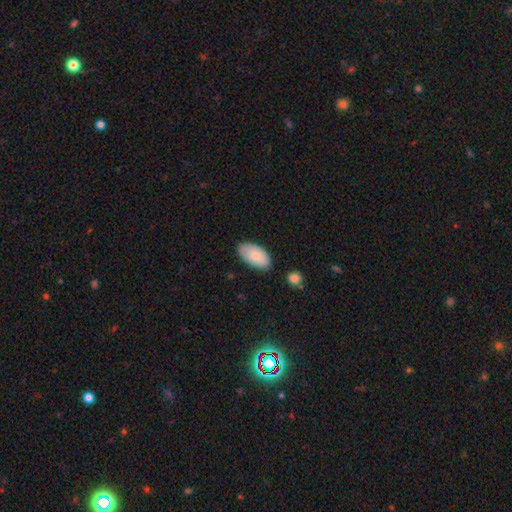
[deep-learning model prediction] A smooth galaxy with no disk features (80%) that is in between round and cigar-shaped (95%).

Vote fractions:
- Smooth or featured? smooth: 80% / featured or disk: 14% / star or artifact: 6%
- How rounded? in between: 95% / round: 3% / cigar-shaped: 2%
- Merging? none: 80% / minor disturbance: 15% / major disturbance: 3% / merger: 2%